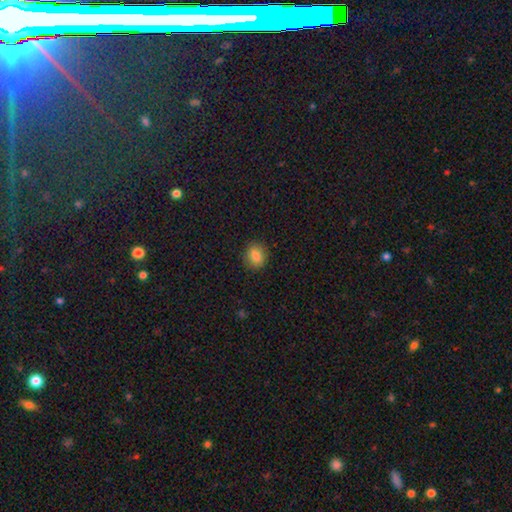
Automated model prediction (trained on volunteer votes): Morphology: type=smooth (84%); roundness=round (69%); merging=none (89%).